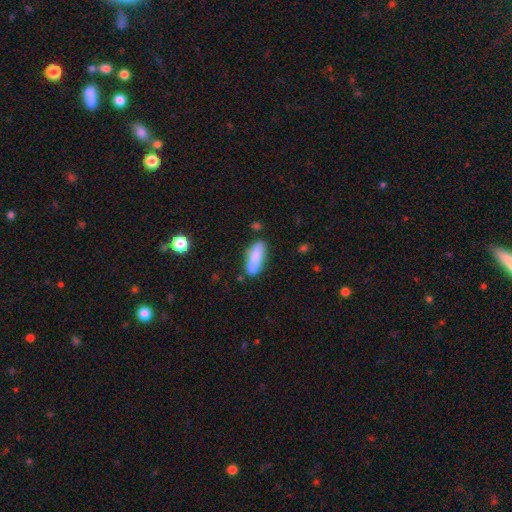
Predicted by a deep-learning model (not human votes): Smooth or featured?
  - smooth: 76% *
  - featured or disk: 17%
  - star or artifact: 7%
How rounded?
  - cigar-shaped: 56% *
  - in between: 42%
  - round: 2%
Merging?
  - none: 62% *
  - minor disturbance: 19%
  - merger: 13%
  - major disturbance: 6%